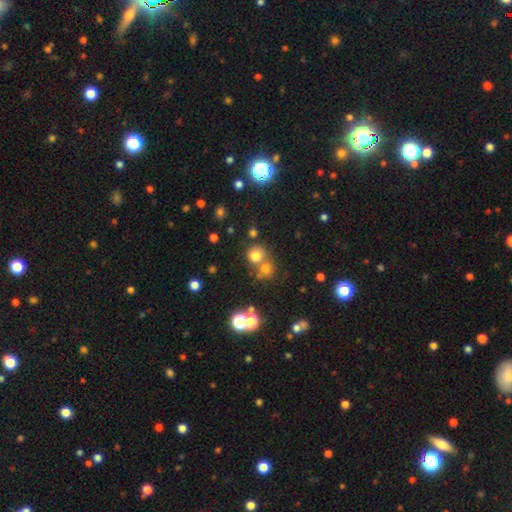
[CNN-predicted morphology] Smooth or featured? smooth (71%)
How rounded? round (88%)
Merging? none (56%)